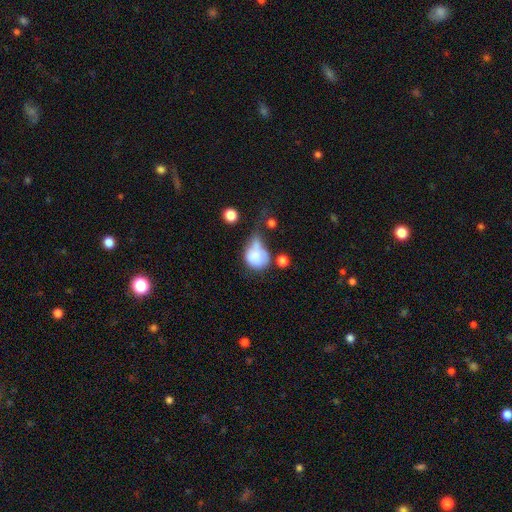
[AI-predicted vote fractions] The model was most divided on "how rounded": round: 50%, in between: 49%, cigar-shaped: 1%. Remaining: smooth or featured — smooth (70%); merging — major disturbance (31%).